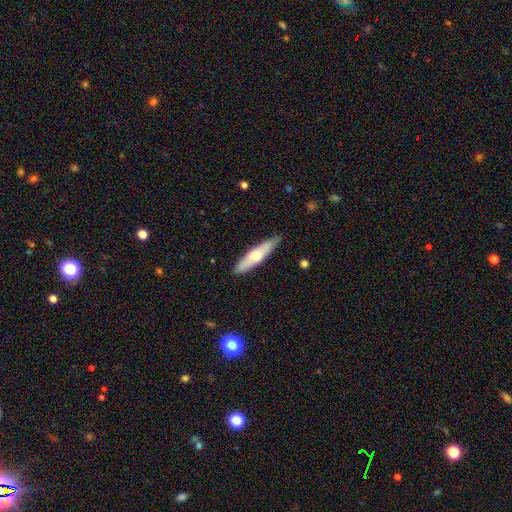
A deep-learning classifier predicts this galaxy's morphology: Smooth or featured? smooth (52%)
How rounded? cigar-shaped (73%)
Merging? none (86%)